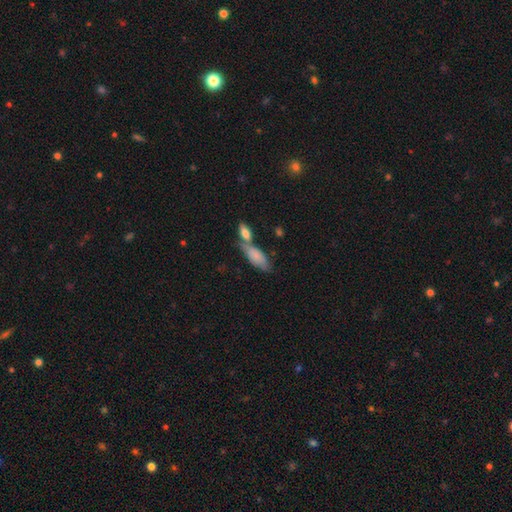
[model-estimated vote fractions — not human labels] smooth_or_featured: smooth (p=0.78) [alt: featured or disk p=0.16]
how_rounded: in between (p=0.77) [alt: cigar-shaped p=0.20]
merging: merger (p=0.40) [tied with: none p=0.40]